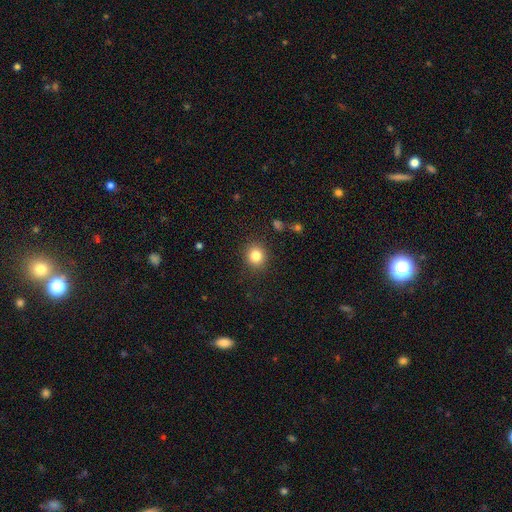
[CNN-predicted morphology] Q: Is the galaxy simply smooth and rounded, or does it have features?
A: smooth — 83%.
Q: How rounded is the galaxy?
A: round — 86%.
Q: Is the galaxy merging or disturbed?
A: none — 89%.